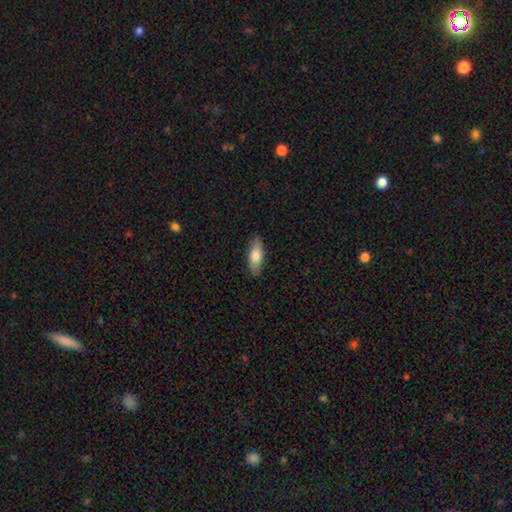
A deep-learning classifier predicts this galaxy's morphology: smooth_or_featured: smooth (p=0.79) [alt: featured or disk p=0.16]
how_rounded: in between (p=0.71) [alt: cigar-shaped p=0.27]
merging: none (p=0.86) [alt: minor disturbance p=0.11]